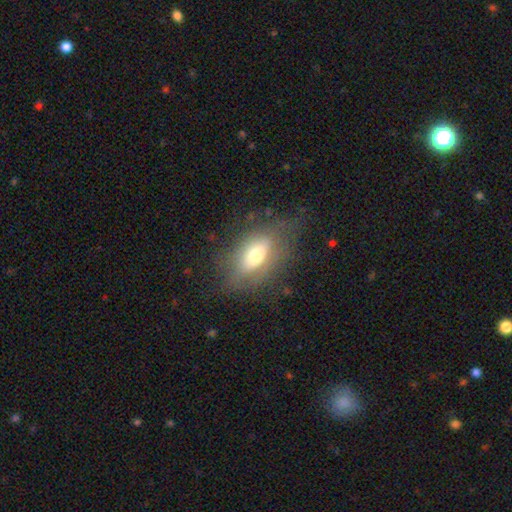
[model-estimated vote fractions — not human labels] Smooth or featured? Predicted: smooth (p=0.60). How rounded? Predicted: in between (p=0.82). Merging? Predicted: none (p=0.63).